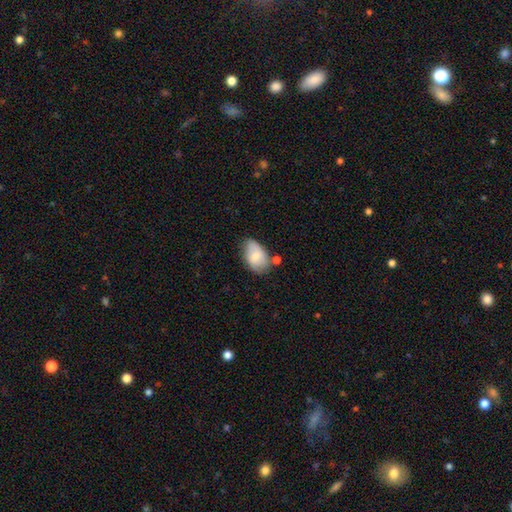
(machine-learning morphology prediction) smooth-or-featured: smooth: 77% | featured or disk: 17% | star or artifact: 7%
  how-rounded: in between: 91% | round: 8% | cigar-shaped: 1%
  merging: none: 54% | minor disturbance: 30% | merger: 9% | major disturbance: 7%